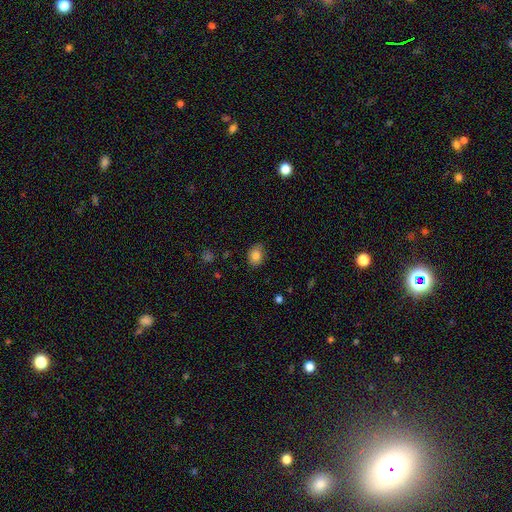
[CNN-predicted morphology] type=smooth (84%); roundness=in between (67%); merging=none (81%).